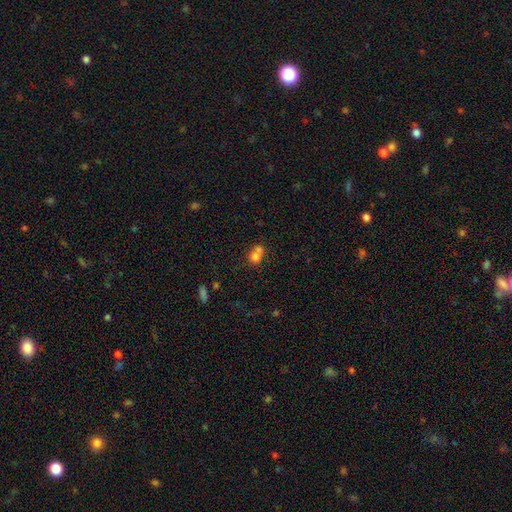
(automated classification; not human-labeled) smooth_or_featured: smooth (p=0.73) [alt: featured or disk p=0.16]
how_rounded: round (p=0.68) [alt: in between p=0.31]
merging: merger (p=0.61) [alt: none p=0.28]